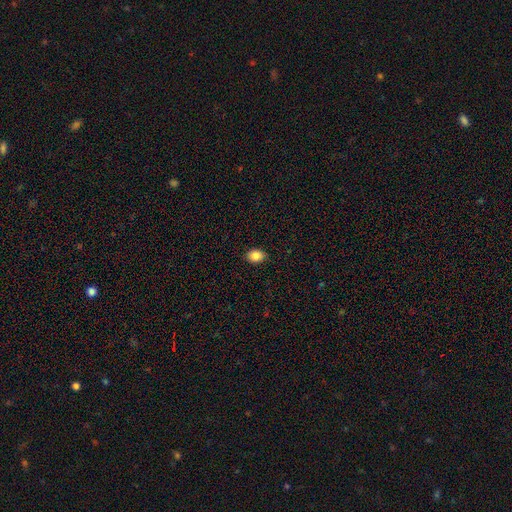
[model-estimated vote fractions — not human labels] Smooth or featured? smooth (87%)
How rounded? in between (64%)
Merging? none (86%)